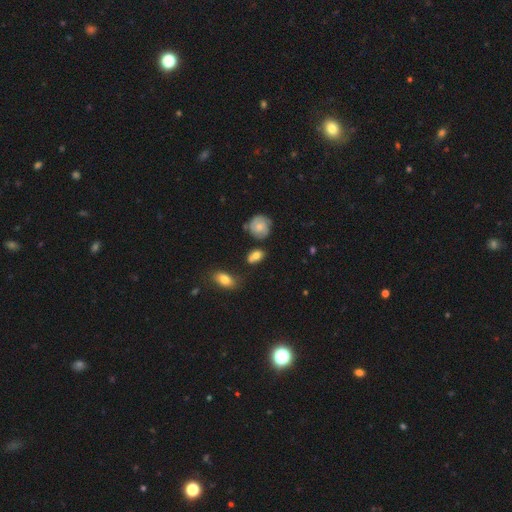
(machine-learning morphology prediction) type=smooth (68%); roundness=in between (67%); merging=none (60%).